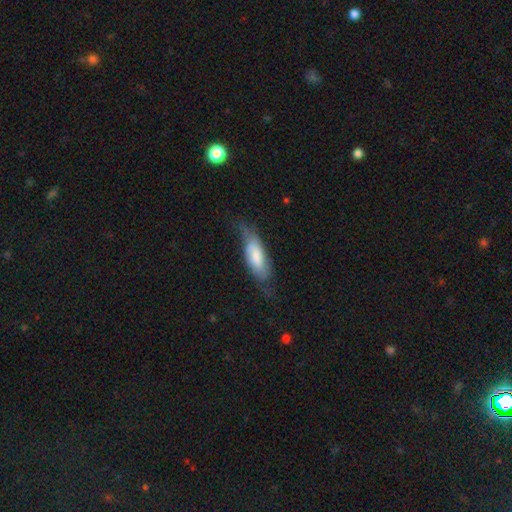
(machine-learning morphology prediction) A smooth galaxy with no disk features (64%) that is in between round and cigar-shaped (71%). Merging: none (51%).